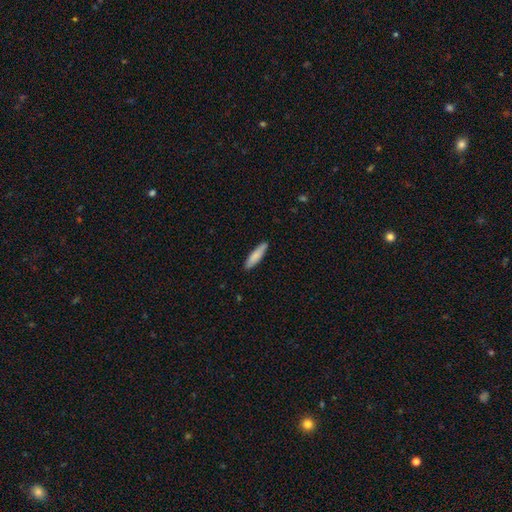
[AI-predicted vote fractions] Smooth or featured?
  - smooth: 83% *
  - featured or disk: 11%
  - star or artifact: 5%
How rounded?
  - cigar-shaped: 78% *
  - in between: 21%
  - round: 1%
Merging?
  - none: 87% *
  - minor disturbance: 10%
  - major disturbance: 2%
  - merger: 1%